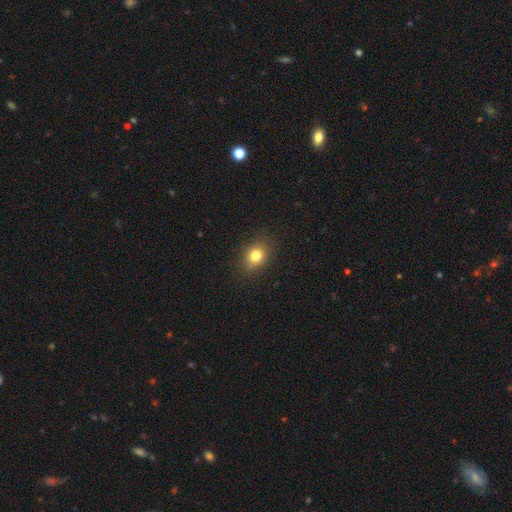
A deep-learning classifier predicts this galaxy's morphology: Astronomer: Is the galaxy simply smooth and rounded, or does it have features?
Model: smooth — 80%.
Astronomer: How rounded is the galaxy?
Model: in between — 51% (runner-up: round, 47%).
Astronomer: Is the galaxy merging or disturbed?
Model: none — 84%.